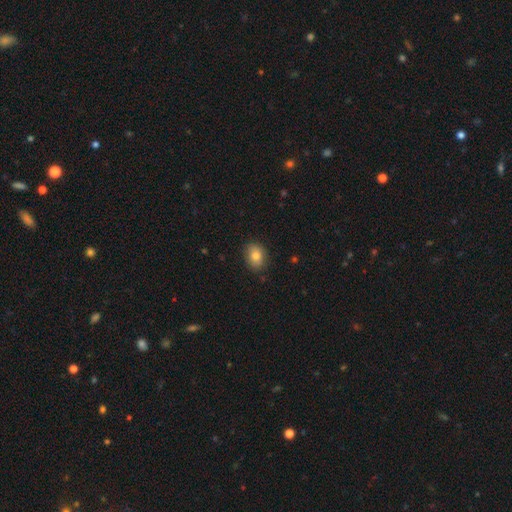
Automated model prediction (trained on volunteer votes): Smooth or featured? smooth (82%)
How rounded? in between (66%)
Merging? none (83%)